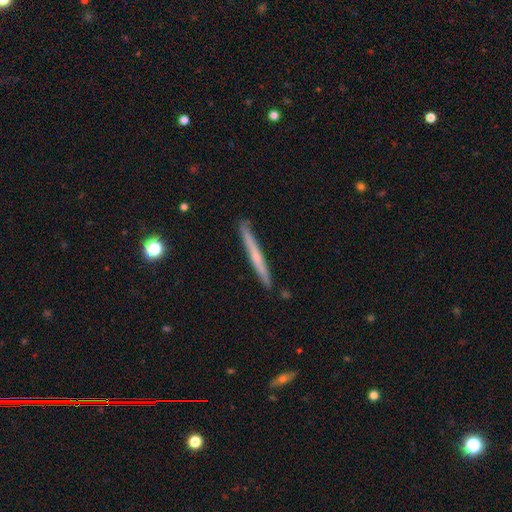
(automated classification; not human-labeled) Smooth or featured? featured or disk (47%, tied with smooth)
Merging? none (89%)